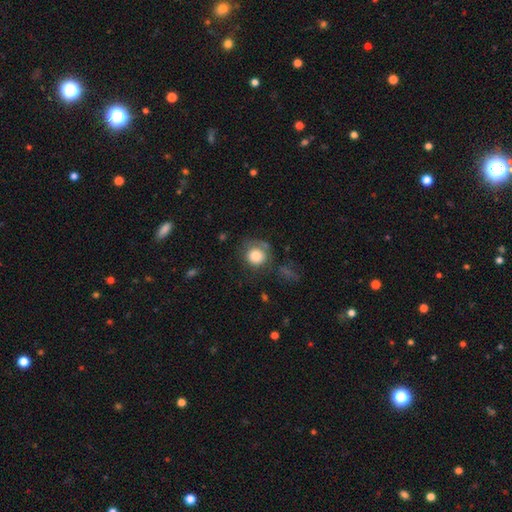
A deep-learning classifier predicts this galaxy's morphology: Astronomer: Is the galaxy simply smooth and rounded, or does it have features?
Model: smooth — 79%.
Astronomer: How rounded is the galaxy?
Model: round — 88%.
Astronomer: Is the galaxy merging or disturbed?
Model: none — 63%.